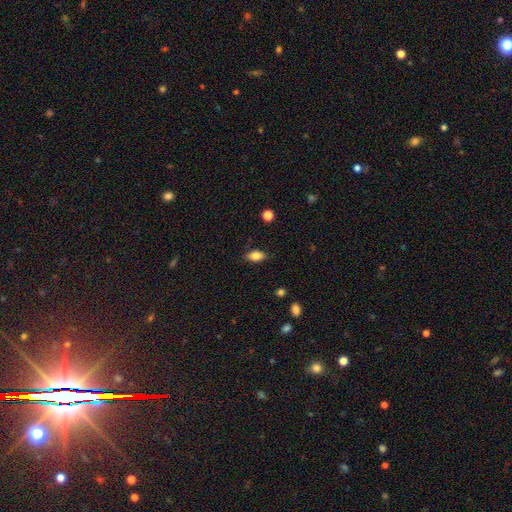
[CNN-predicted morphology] This is clearly a smooth galaxy (81%). How rounded: clearly in between (88%). Merging: clearly none (84%).